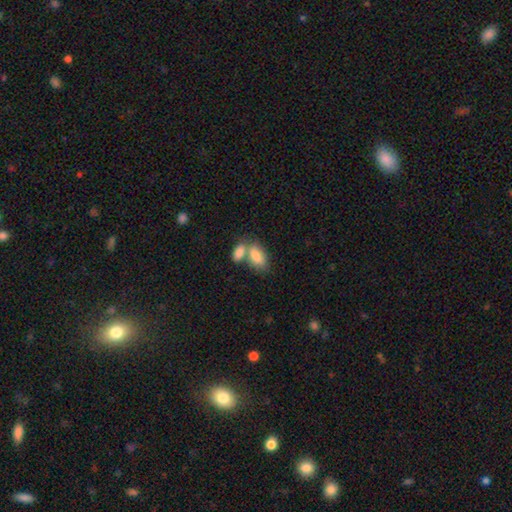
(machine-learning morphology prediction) This is clearly a smooth galaxy (84%). How rounded: clearly in between (92%). Merging: possibly merger (55%).